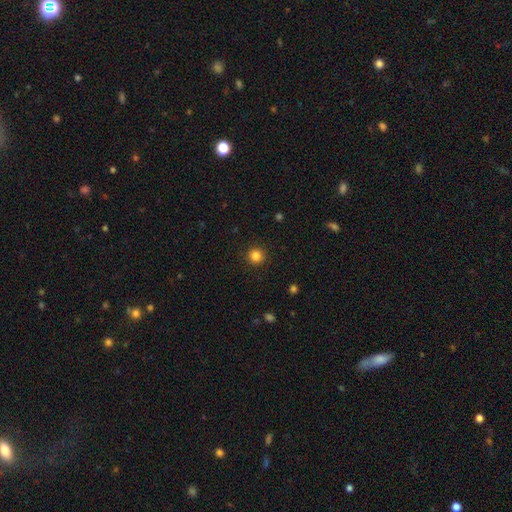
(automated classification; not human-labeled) Smooth or featured? smooth (84%)
How rounded? round (95%)
Merging? none (92%)